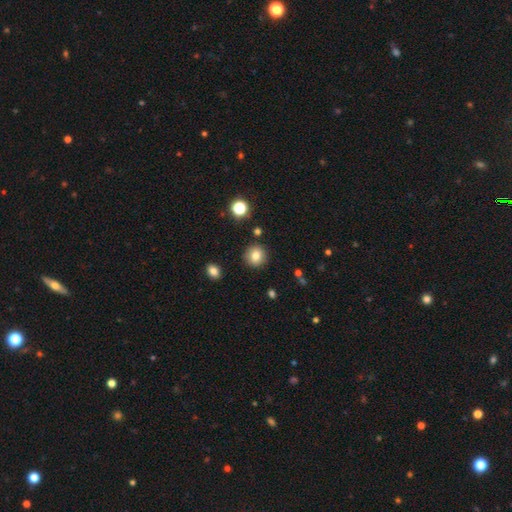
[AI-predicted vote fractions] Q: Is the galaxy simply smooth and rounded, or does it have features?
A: smooth — 81%.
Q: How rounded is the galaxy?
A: round — 90%.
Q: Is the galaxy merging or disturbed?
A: none — 89%.